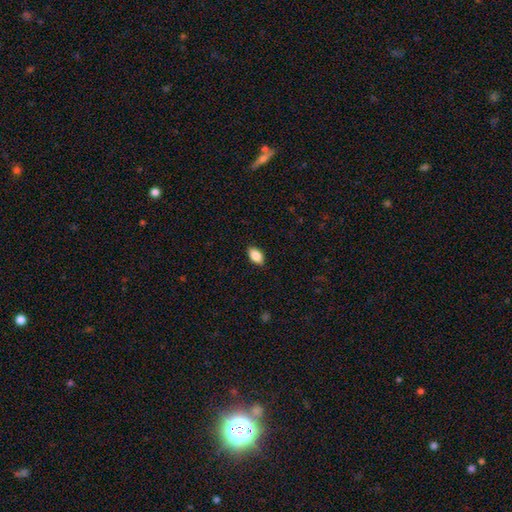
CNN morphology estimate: Smooth or featured?
  - smooth: 86% *
  - star or artifact: 7%
  - featured or disk: 6%
How rounded?
  - in between: 92% *
  - round: 5%
  - cigar-shaped: 3%
Merging?
  - none: 88% *
  - minor disturbance: 10%
  - major disturbance: 2%
  - merger: 1%